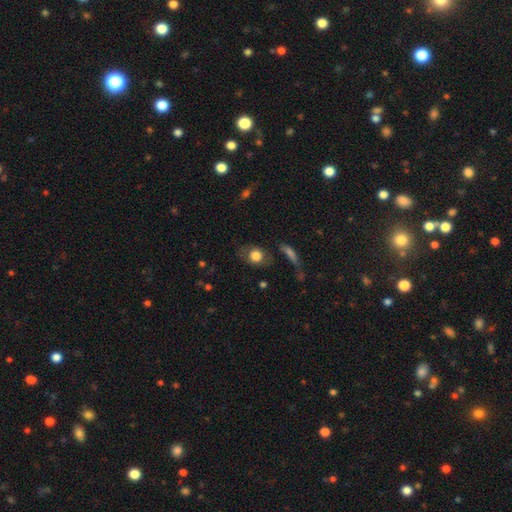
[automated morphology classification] Overall: smooth (74%). How rounded: round (50%; in between 47%). Merging: none (65%).